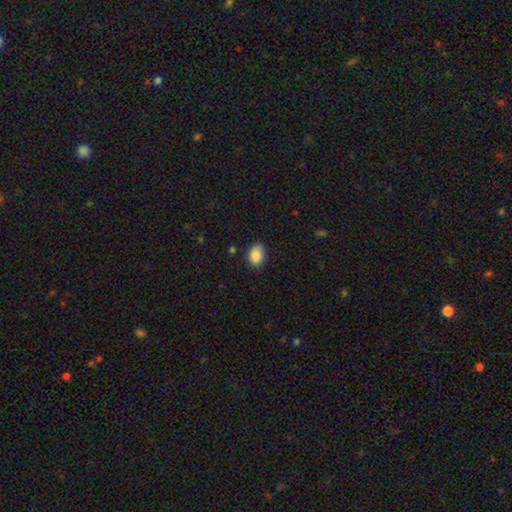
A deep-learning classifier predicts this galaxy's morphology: Smooth or featured?
  - smooth: 87% *
  - star or artifact: 8%
  - featured or disk: 5%
How rounded?
  - in between: 72% *
  - round: 27%
  - cigar-shaped: 1%
Merging?
  - none: 76% *
  - minor disturbance: 20%
  - major disturbance: 3%
  - merger: 1%